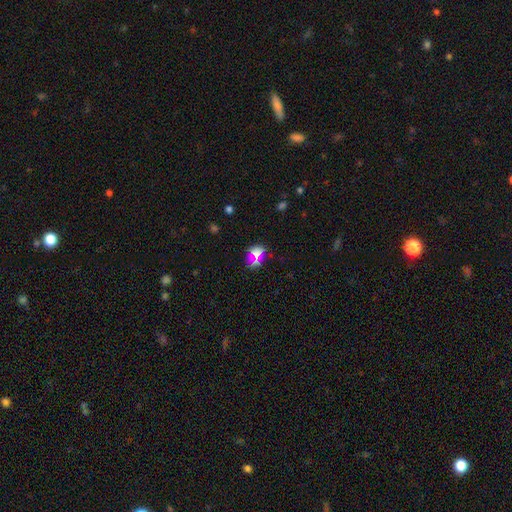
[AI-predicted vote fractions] Morphology: type=smooth (62%); roundness=round (50%); merging=none (75%).